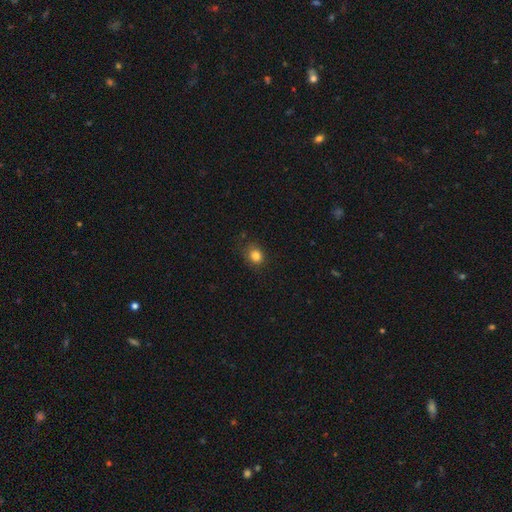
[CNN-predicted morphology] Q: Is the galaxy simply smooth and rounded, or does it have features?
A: smooth — 83%.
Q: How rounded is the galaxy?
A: round — 68%.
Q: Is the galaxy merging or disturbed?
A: none — 77%.